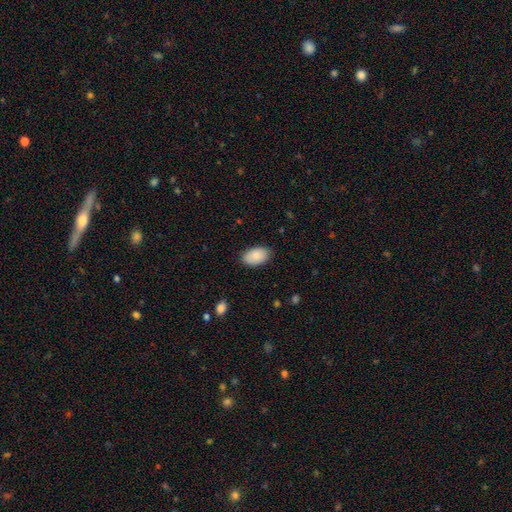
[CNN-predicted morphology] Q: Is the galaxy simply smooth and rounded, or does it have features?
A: smooth — 86%.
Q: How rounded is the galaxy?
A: in between — 94%.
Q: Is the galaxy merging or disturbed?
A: none — 85%.